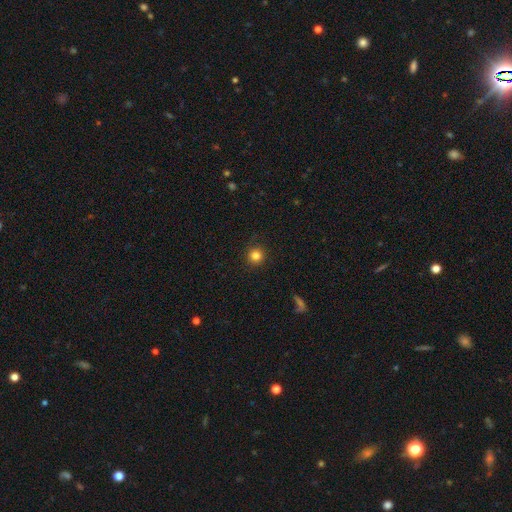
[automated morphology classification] Smooth or featured? smooth (83%)
How rounded? round (94%)
Merging? none (89%)